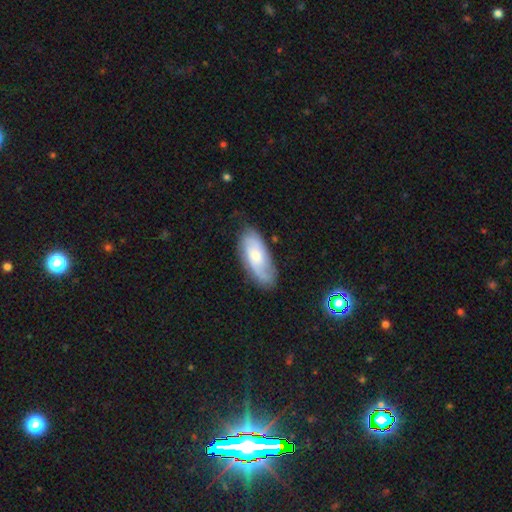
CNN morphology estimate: The model was most divided on "smooth or featured": featured or disk: 51%, smooth: 43%, star or artifact: 6%. More confident: edge-on disk — no (89%); merging — none (70%).